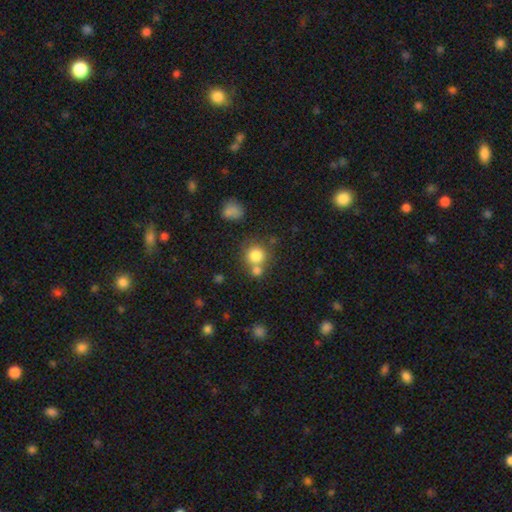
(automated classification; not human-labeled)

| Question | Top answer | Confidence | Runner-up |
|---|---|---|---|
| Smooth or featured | smooth | 80% | star or artifact (11%) |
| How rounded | round | 89% | in between (10%) |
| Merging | none | 54% | merger (33%) |